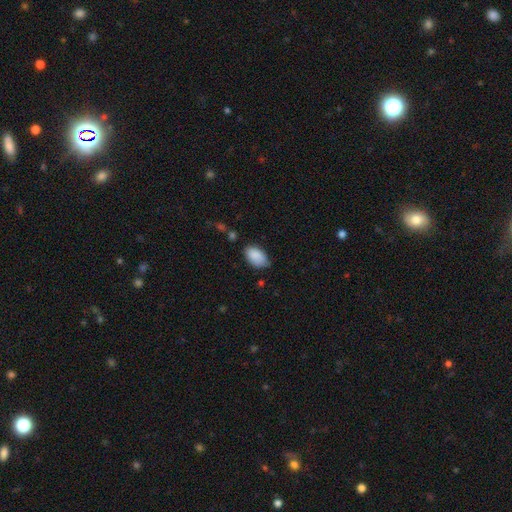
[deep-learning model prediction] smooth-or-featured: smooth: 89% | star or artifact: 7% | featured or disk: 5%
  how-rounded: in between: 93% | round: 5% | cigar-shaped: 1%
  merging: none: 65% | minor disturbance: 29% | major disturbance: 5% | merger: 2%